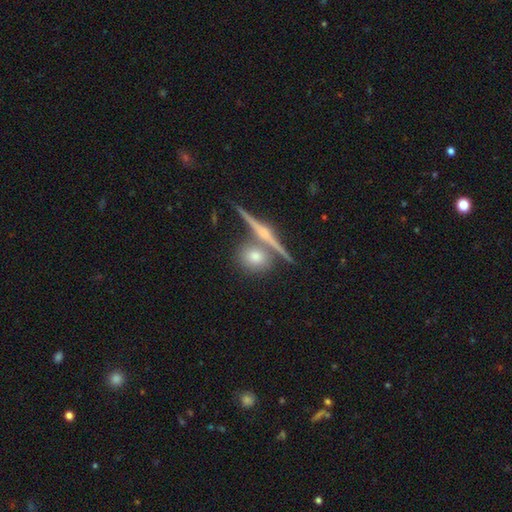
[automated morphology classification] This is possibly a featured or disk galaxy (47%). Merging: likely none (71%).